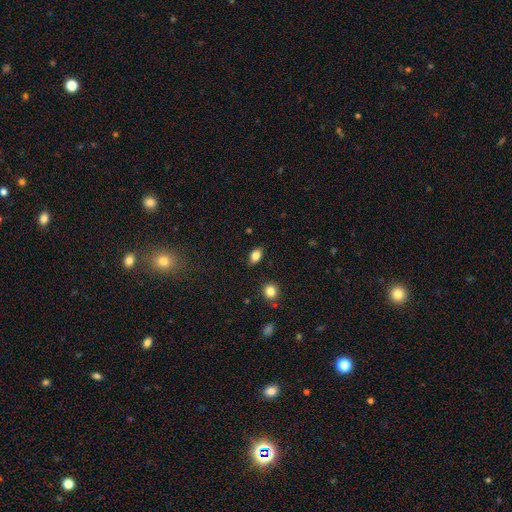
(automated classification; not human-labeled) Overall: smooth (83%). How rounded: in between (84%). Merging: none (85%).